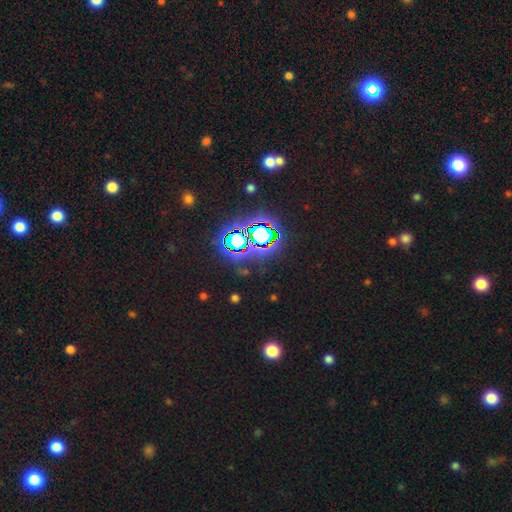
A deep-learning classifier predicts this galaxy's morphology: Smooth or featured: star or artifact — 79% (smooth — 14%)